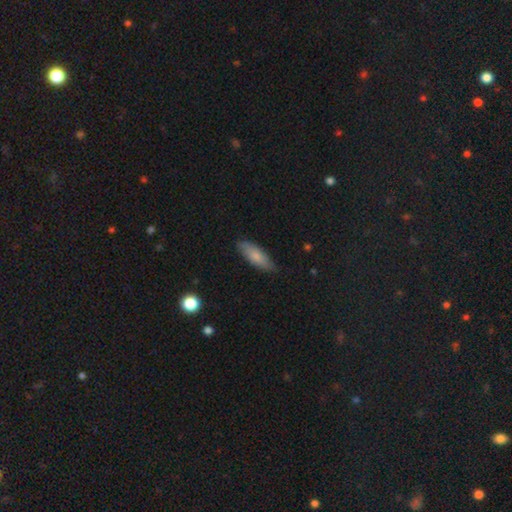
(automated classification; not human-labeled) smooth_or_featured: smooth (p=0.79) [alt: featured or disk p=0.16]
how_rounded: in between (p=0.60) [alt: cigar-shaped p=0.39]
merging: none (p=0.81) [alt: minor disturbance p=0.15]